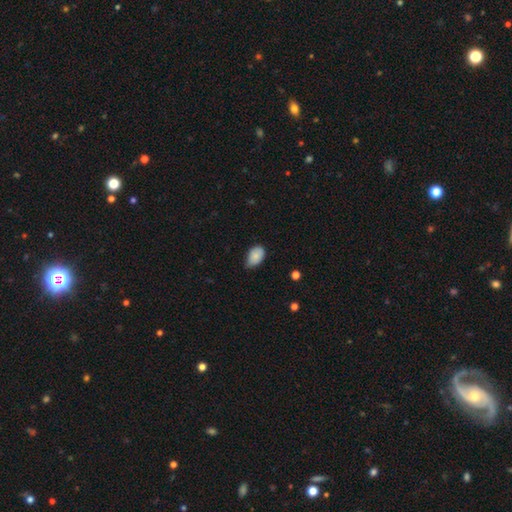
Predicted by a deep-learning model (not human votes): Smooth or featured: smooth — 84% (featured or disk — 8%)
How rounded: in between — 90% (round — 9%)
Merging: none — 51% (minor disturbance — 42%)